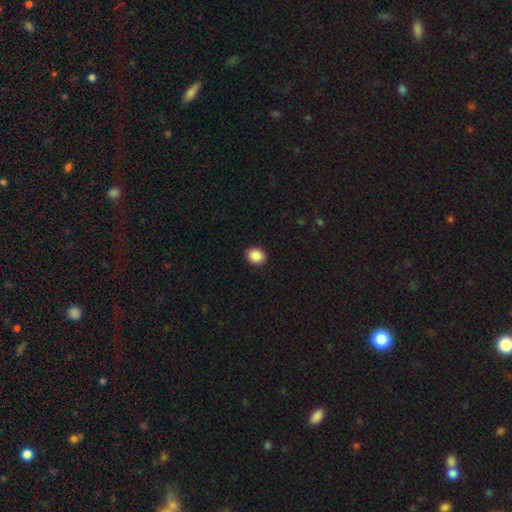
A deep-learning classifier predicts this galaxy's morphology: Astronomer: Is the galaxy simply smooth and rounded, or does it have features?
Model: smooth — 89%.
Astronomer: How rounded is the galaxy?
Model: round — 69%.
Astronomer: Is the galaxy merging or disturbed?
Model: none — 92%.